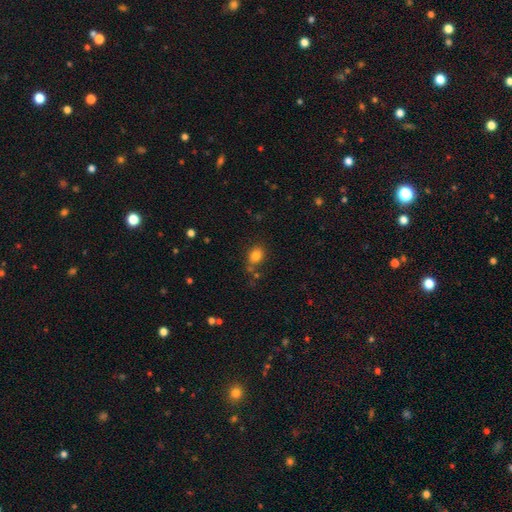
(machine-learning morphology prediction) A smooth galaxy with no disk features (82%) that is in between round and cigar-shaped (56%). Merging: none (72%).